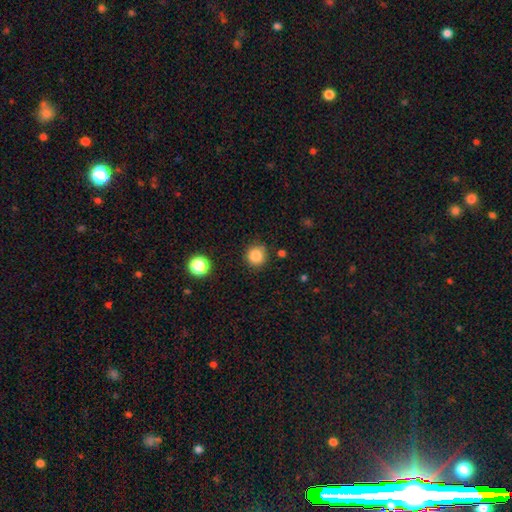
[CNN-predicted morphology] A smooth galaxy with no disk features (85%) that is round (93%).

Vote fractions:
- Smooth or featured? smooth: 85% / star or artifact: 11% / featured or disk: 4%
- How rounded? round: 93% / in between: 6% / cigar-shaped: 1%
- Merging? none: 85% / minor disturbance: 10% / major disturbance: 3% / merger: 3%